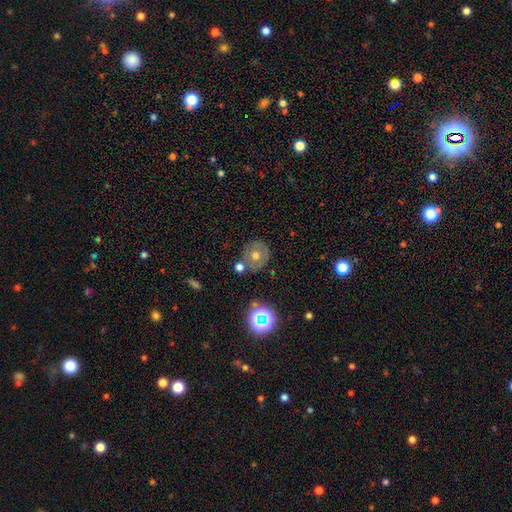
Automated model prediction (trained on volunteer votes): smooth-or-featured: smooth: 50% | featured or disk: 33% | star or artifact: 17%
  how-rounded: round: 81% | in between: 18% | cigar-shaped: 1%
  merging: none: 71% | minor disturbance: 13% | merger: 11% | major disturbance: 5%